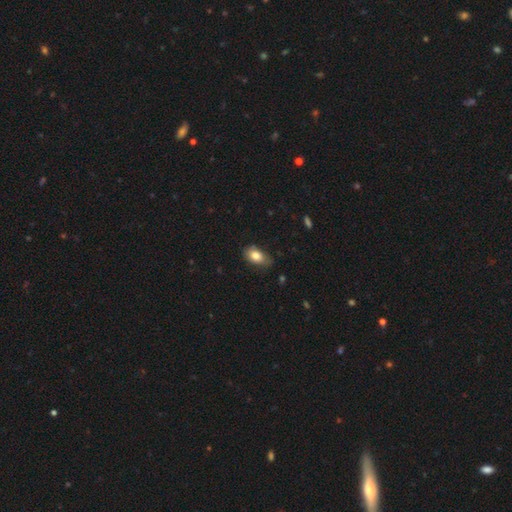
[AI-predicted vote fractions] The model was most divided on "merging": none: 68%, minor disturbance: 26%, major disturbance: 5%, merger: 1%. More confident: how rounded — in between (89%); smooth or featured — smooth (81%).